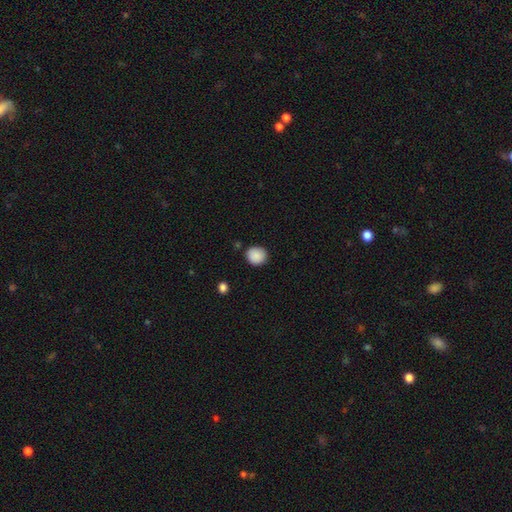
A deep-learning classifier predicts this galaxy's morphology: smooth-or-featured: smooth: 89% | star or artifact: 8% | featured or disk: 3%
  how-rounded: round: 85% | in between: 15% | cigar-shaped: 1%
  merging: none: 85% | minor disturbance: 10% | major disturbance: 2% | merger: 2%